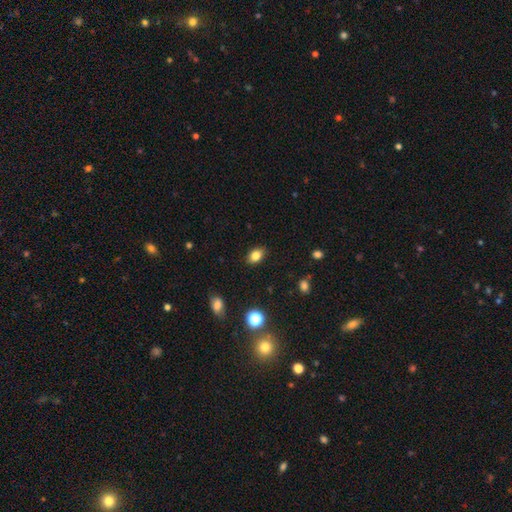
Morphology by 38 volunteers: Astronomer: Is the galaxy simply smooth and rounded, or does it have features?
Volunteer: smooth — 87%.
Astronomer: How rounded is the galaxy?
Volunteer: in between — 85%.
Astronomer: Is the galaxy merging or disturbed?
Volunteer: none — 86%.